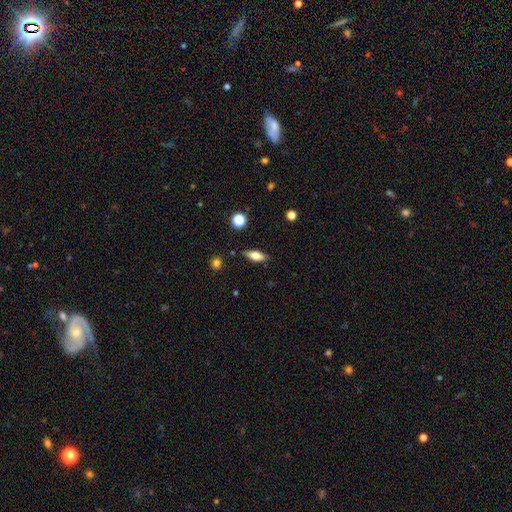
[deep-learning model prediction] A smooth galaxy with no disk features (69%) that is in between round and cigar-shaped (71%).

Vote fractions:
- Smooth or featured? smooth: 69% / featured or disk: 23% / star or artifact: 8%
- How rounded? in between: 71% / cigar-shaped: 25% / round: 4%
- Merging? none: 85% / minor disturbance: 11% / major disturbance: 2% / merger: 2%